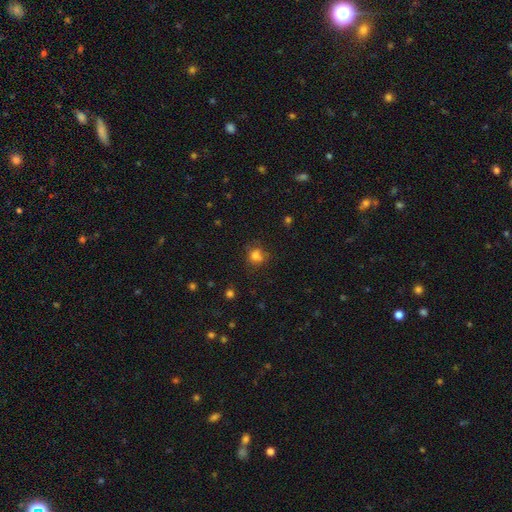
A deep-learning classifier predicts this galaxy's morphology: Smooth or featured? Predicted: smooth (p=0.75). How rounded? Predicted: round (p=0.74). Merging? Predicted: none (p=0.62).